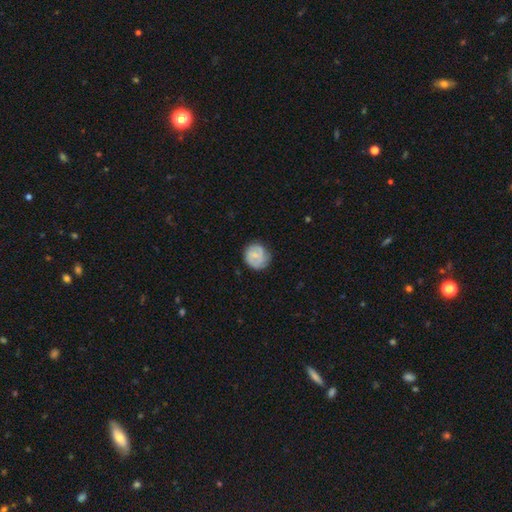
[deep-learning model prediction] Overall: smooth (47%; featured or disk 46%). Merging: none (73%).